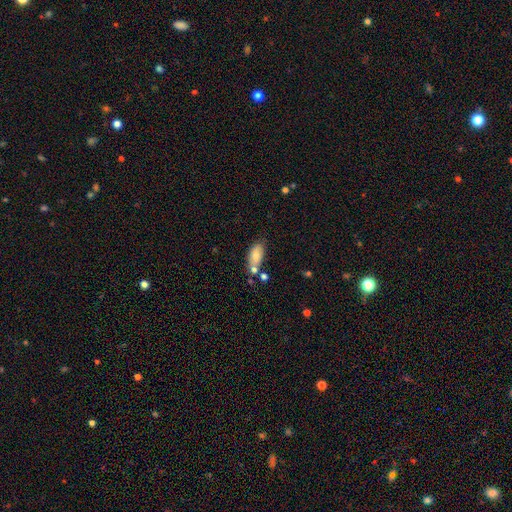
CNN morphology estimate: smooth 76%, featured or disk 16%, star or artifact 8%. Down the decision tree: how rounded — in between (90%); merging — none (54%).